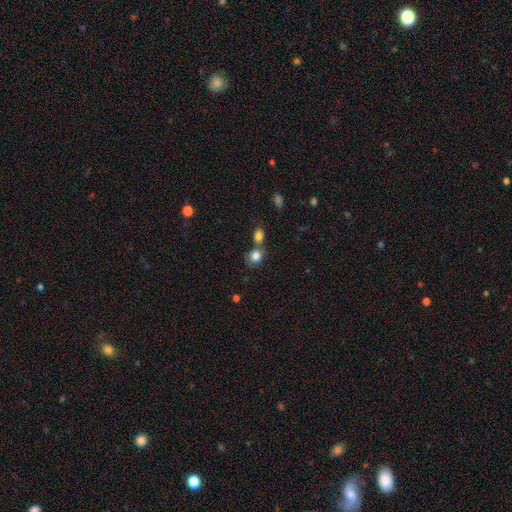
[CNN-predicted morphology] Q: Smooth or featured?
A: smooth (83%); runner-up: star or artifact (10%)
Q: How rounded?
A: round (63%); runner-up: in between (36%)
Q: Merging?
A: none (47%); runner-up: merger (38%)